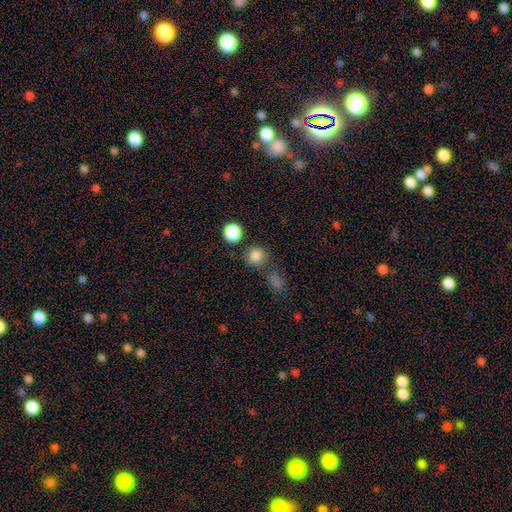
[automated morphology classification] smooth-or-featured: smooth: 81% | star or artifact: 14% | featured or disk: 5%
  how-rounded: round: 87% | in between: 12% | cigar-shaped: 1%
  merging: none: 75% | minor disturbance: 10% | merger: 10% | major disturbance: 4%